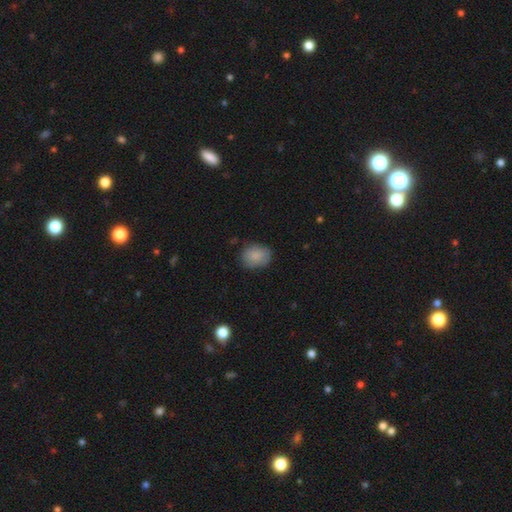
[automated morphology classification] The model was most divided on "how rounded": in between: 58%, round: 41%, cigar-shaped: 1%. More confident: smooth or featured — smooth (86%); merging — none (78%).